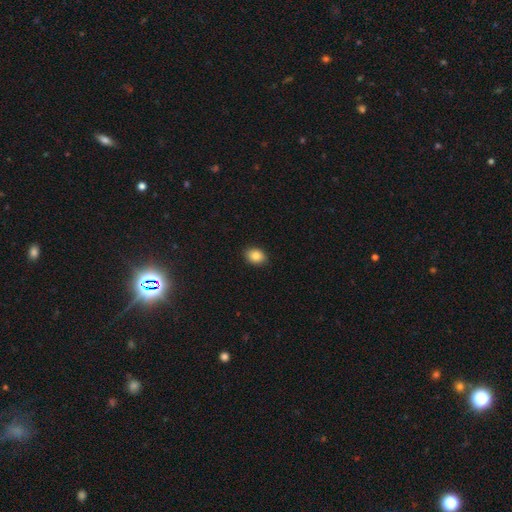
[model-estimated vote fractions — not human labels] Smooth or featured: smooth — 85% (star or artifact — 9%)
How rounded: in between — 68% (round — 31%)
Merging: none — 88% (minor disturbance — 9%)